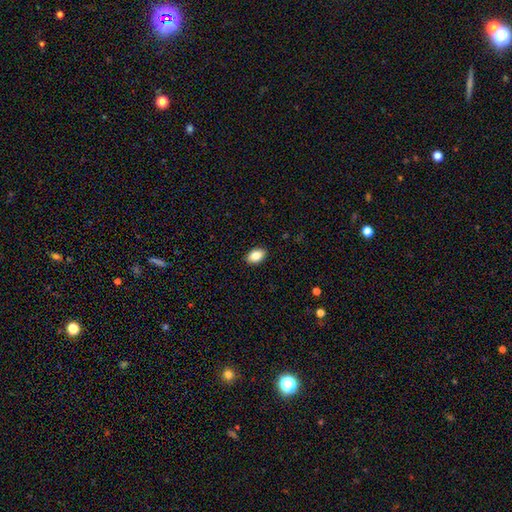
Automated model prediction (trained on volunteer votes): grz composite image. It shows a smooth galaxy with no disk features (84%) that is in between round and cigar-shaped (88%). Merging: none (90%).